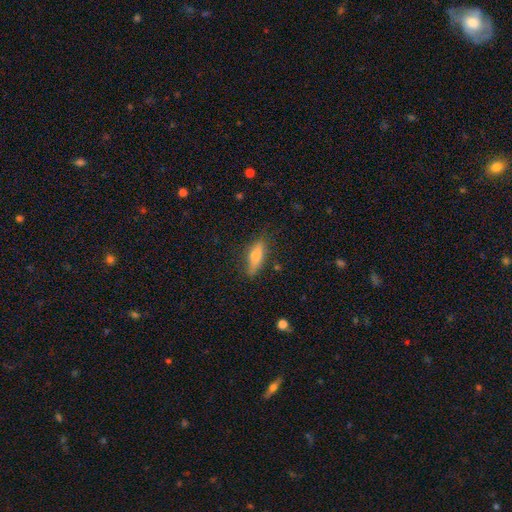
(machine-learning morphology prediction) This appears to be a smooth galaxy with no disk features (61%) that is cigar-shaped (53%). Merging: none (79%).